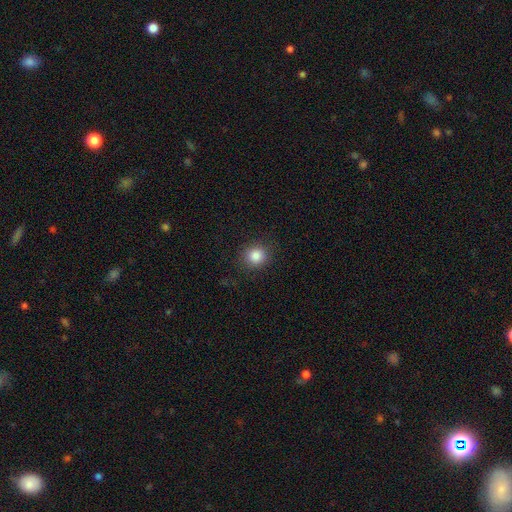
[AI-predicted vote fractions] smooth_or_featured: smooth (p=0.85) [alt: star or artifact p=0.10]
how_rounded: round (p=0.84) [alt: in between p=0.15]
merging: none (p=0.88) [alt: minor disturbance p=0.08]